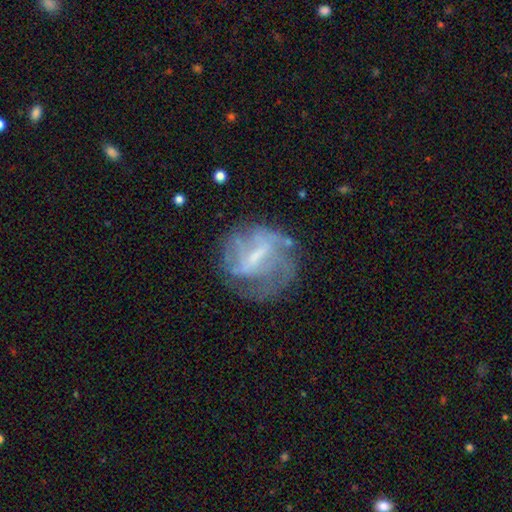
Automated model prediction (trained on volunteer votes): smooth-or-featured: featured or disk: 72% | smooth: 19% | star or artifact: 9%
  disk-edge-on: no: 96% | yes: 4%
    bar: weak: 46% | strong: 38% | no: 16%
    has-spiral-arms: yes: 67% | no: 33%
    bulge-size: small: 40% | moderate: 29% | none: 26% | large: 4% | dominant: 1%
  merging: none: 58% | minor disturbance: 20% | major disturbance: 19% | merger: 3%